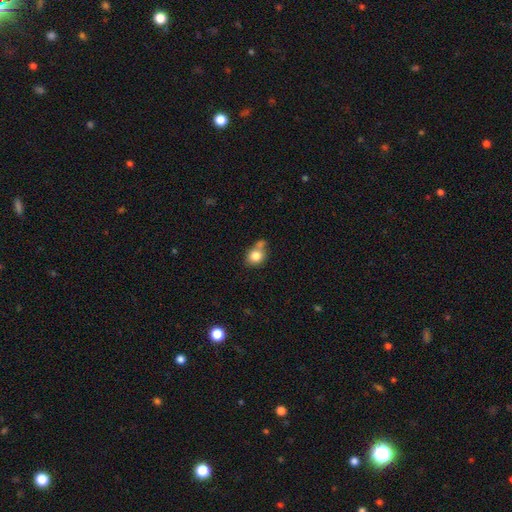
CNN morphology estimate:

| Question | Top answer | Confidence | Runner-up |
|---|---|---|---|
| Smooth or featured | smooth | 80% | featured or disk (10%) |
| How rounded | round | 63% | in between (36%) |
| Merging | none | 47% | merger (29%) |